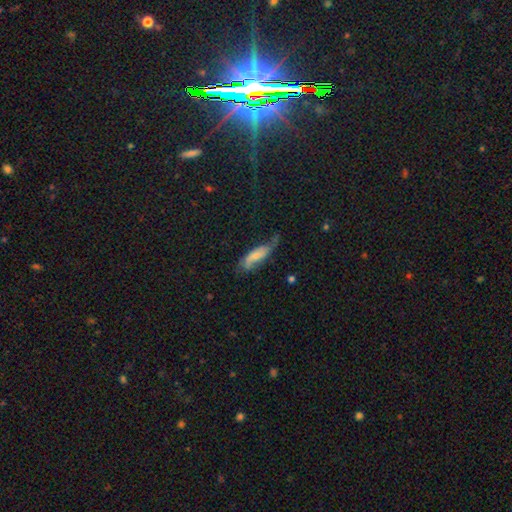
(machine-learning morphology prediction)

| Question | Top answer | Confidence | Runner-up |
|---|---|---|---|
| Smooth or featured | smooth | 58% | featured or disk (35%) |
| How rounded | in between | 55% | cigar-shaped (43%) |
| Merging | none | 42% | minor disturbance (37%) |